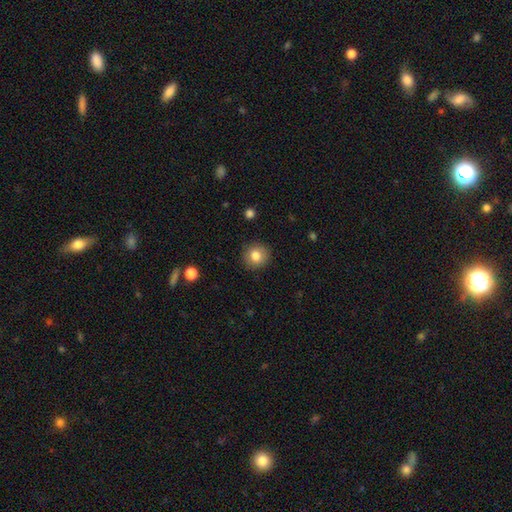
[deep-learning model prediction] smooth-or-featured: smooth: 82% | star or artifact: 10% | featured or disk: 9%
  how-rounded: round: 90% | in between: 9% | cigar-shaped: 1%
  merging: none: 90% | minor disturbance: 7% | major disturbance: 2% | merger: 1%